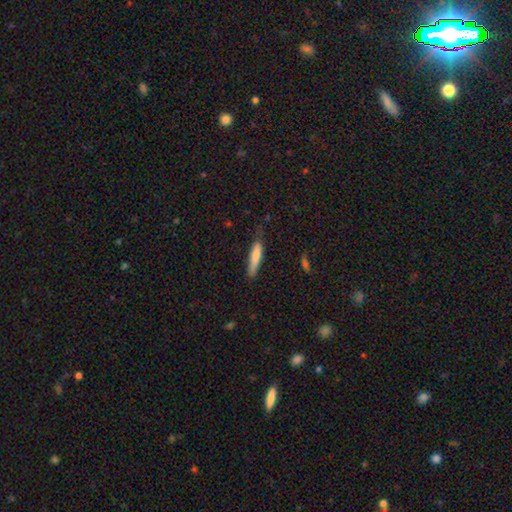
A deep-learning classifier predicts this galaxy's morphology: Q: Smooth or featured?
A: smooth (77%); runner-up: featured or disk (16%)
Q: How rounded?
A: cigar-shaped (85%); runner-up: in between (14%)
Q: Merging?
A: none (67%); runner-up: minor disturbance (26%)